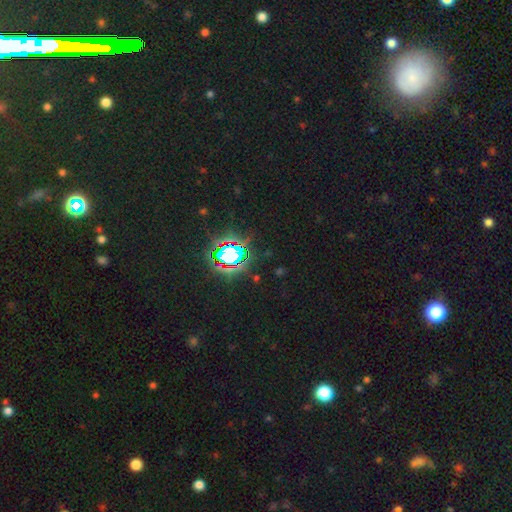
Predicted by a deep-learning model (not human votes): This appears to be a star or artifact, not a galaxy (81%).